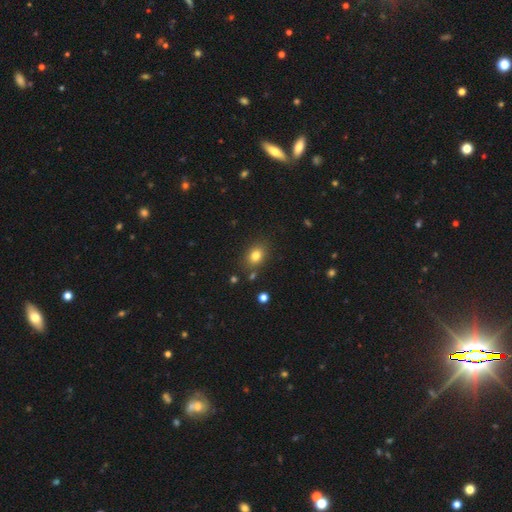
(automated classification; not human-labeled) Q: Smooth or featured?
A: smooth (80%); runner-up: star or artifact (12%)
Q: How rounded?
A: in between (62%); runner-up: round (37%)
Q: Merging?
A: none (81%); runner-up: minor disturbance (12%)